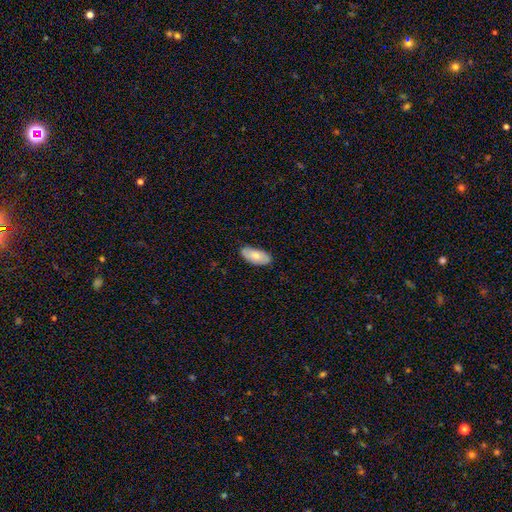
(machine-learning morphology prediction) Smooth or featured: smooth — 79% (featured or disk — 15%)
How rounded: in between — 91% (cigar-shaped — 7%)
Merging: none — 84% (minor disturbance — 13%)